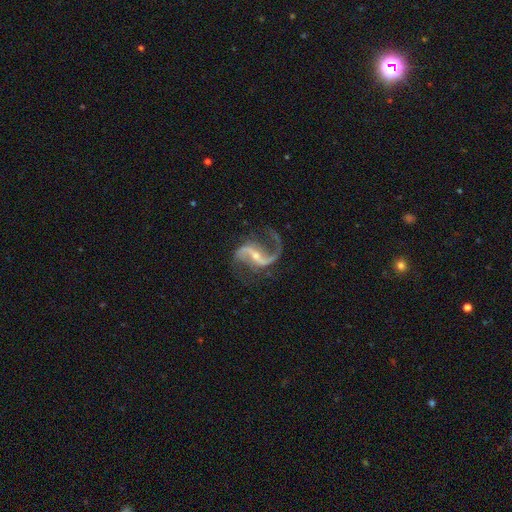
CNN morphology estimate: featured or disk 92%, star or artifact 5%, smooth 3%. Down the decision tree: edge-on disk — no (98%); bar — strong (43%); spiral arms — yes (98%); spiral arm count — 2 (90%); spiral winding — loose (68%); bulge size — small (62%); merging — none (69%).